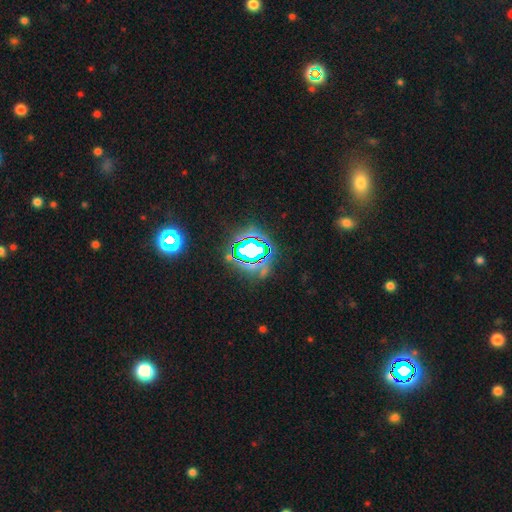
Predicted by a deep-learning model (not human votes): Smooth or featured?
  - star or artifact: 79% *
  - smooth: 13%
  - featured or disk: 8%